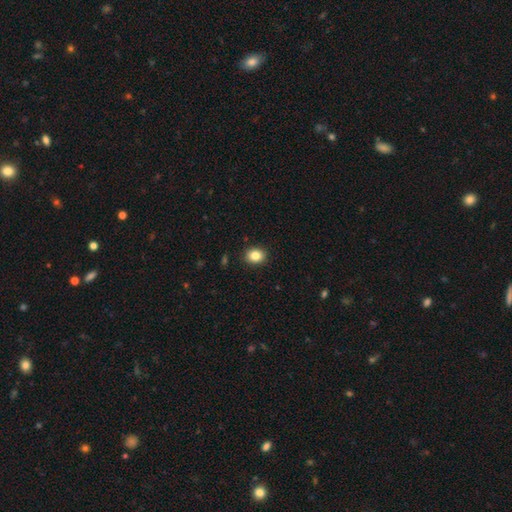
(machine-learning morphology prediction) Overall: smooth (84%). How rounded: round (55%; in between 44%). Merging: none (90%).